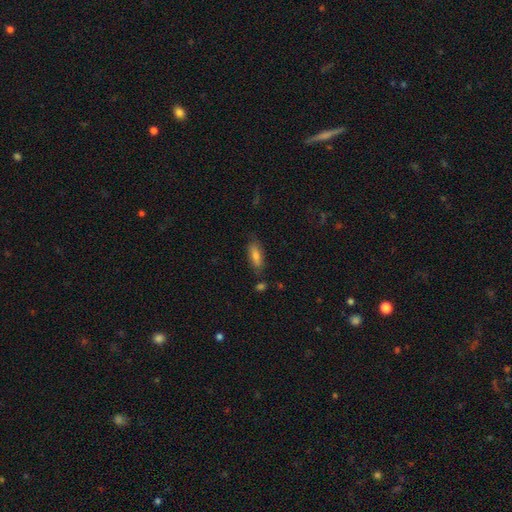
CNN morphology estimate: Smooth or featured?
  - smooth: 69% *
  - featured or disk: 19%
  - star or artifact: 11%
How rounded?
  - in between: 59% *
  - cigar-shaped: 38%
  - round: 3%
Merging?
  - none: 79% *
  - minor disturbance: 14%
  - merger: 4%
  - major disturbance: 3%